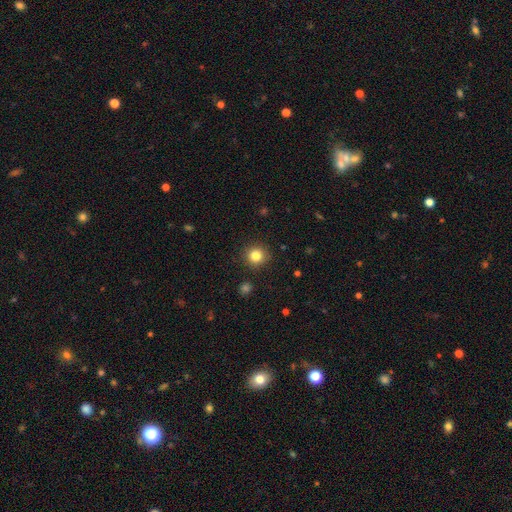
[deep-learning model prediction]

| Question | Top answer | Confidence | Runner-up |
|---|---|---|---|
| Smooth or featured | smooth | 83% | star or artifact (11%) |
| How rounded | round | 93% | in between (6%) |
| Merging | none | 91% | minor disturbance (6%) |